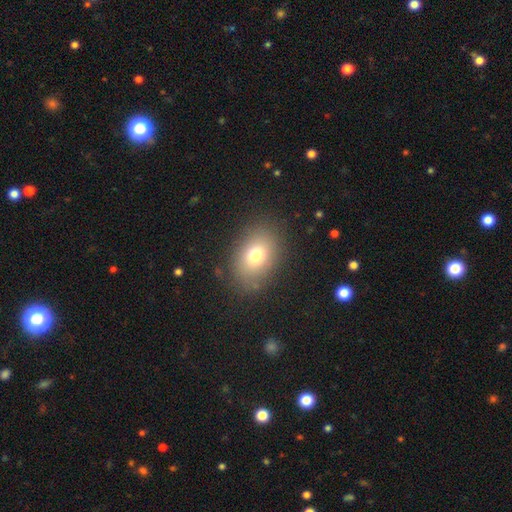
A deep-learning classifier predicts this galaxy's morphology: Q: Smooth or featured?
A: smooth (74%); runner-up: featured or disk (13%)
Q: How rounded?
A: in between (71%); runner-up: round (28%)
Q: Merging?
A: none (82%); runner-up: minor disturbance (11%)